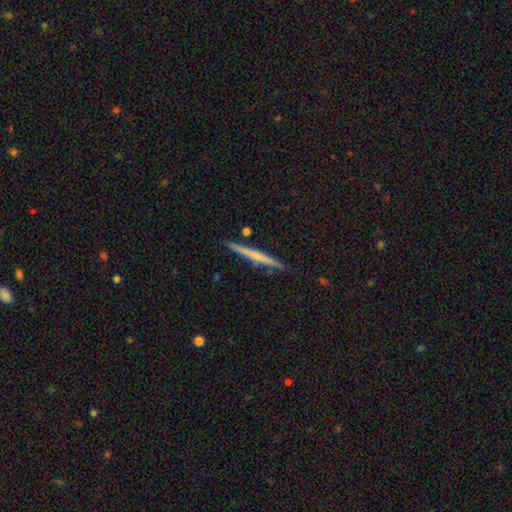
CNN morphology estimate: smooth-or-featured: featured or disk: 52% | smooth: 42% | star or artifact: 6%
  disk-edge-on: yes: 98% | no: 2%
    edge-on-bulge: none: 71% | rounded: 22% | boxy: 8%
  merging: none: 89% | minor disturbance: 7% | merger: 2% | major disturbance: 1%